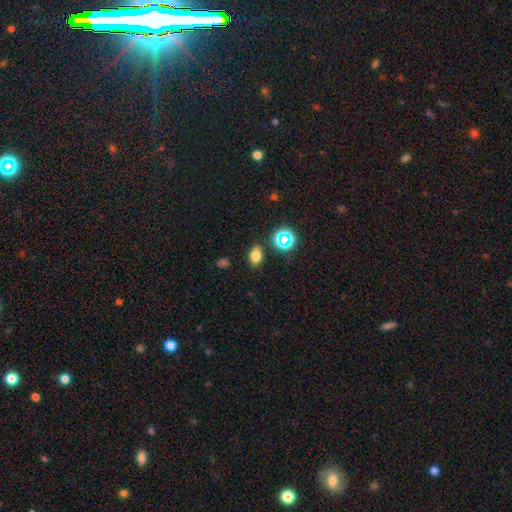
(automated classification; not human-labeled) The model was most divided on "smooth or featured": smooth: 75%, star or artifact: 18%, featured or disk: 7%. More confident: merging — none (84%); how rounded — in between (78%).